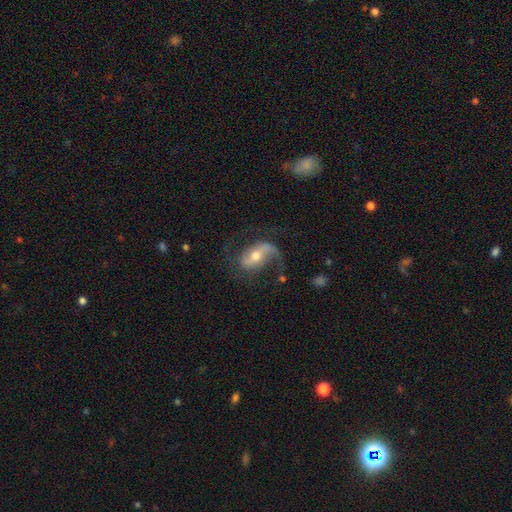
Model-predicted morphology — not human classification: Smooth or featured? Predicted: featured or disk (p=0.77). Edge-on disk? Predicted: no (p=0.95). Bar? Predicted: weak (p=0.37). Spiral arms? Predicted: yes (p=0.91). Spiral winding? Predicted: loose (p=0.60). Spiral arm count? Predicted: 2 (p=0.61). Bulge size? Predicted: moderate (p=0.65). Merging? Predicted: none (p=0.55).